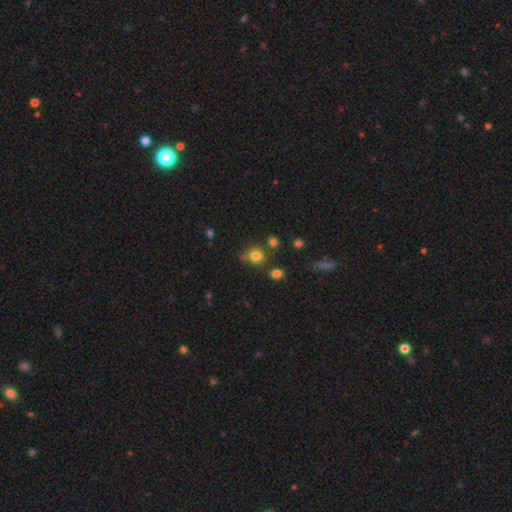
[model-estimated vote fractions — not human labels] Smooth or featured? smooth (80%)
How rounded? round (80%)
Merging? none (70%)